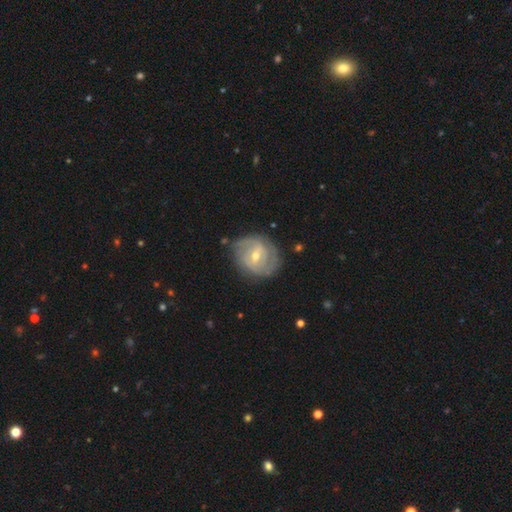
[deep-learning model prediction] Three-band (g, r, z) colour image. It shows a featured or disk galaxy (80%) with a weak bar (55%), 2 (52%) tight (57%) spiral arms (90%) and a moderate central bulge (51%). Merging: none (75%).